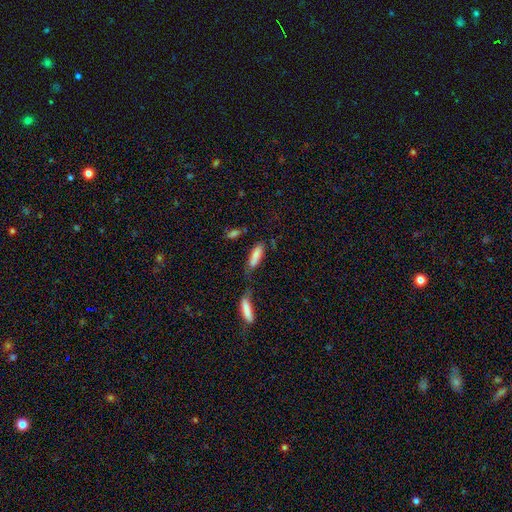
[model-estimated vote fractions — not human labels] Overall: smooth (80%). How rounded: cigar-shaped (52%; in between 46%). Merging: none (44%; merger 28%).